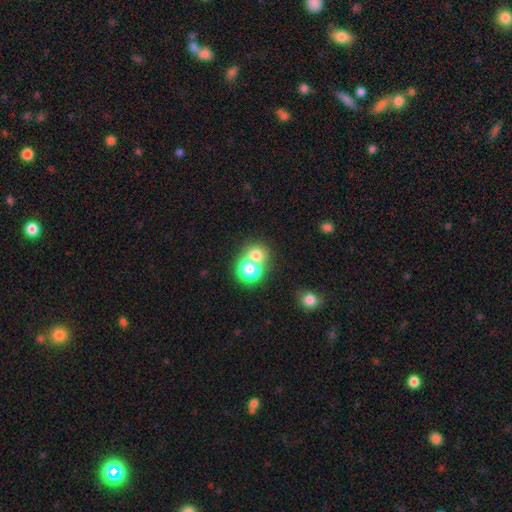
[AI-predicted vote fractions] This appears to be a smooth galaxy with no disk features (65%) that is round (81%). Merging: none (54%).